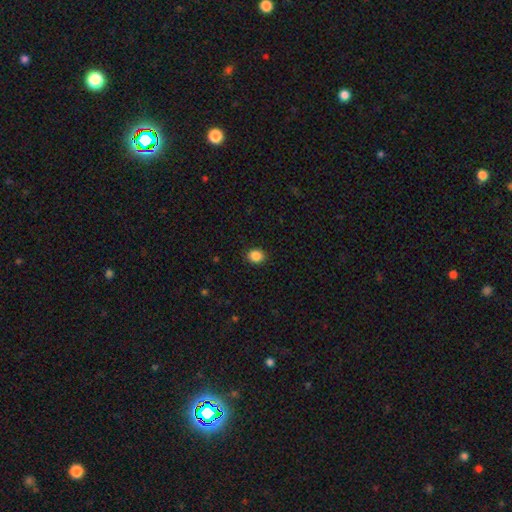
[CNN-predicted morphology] This is clearly a smooth galaxy (88%). How rounded: likely round (65%). Merging: clearly none (91%).